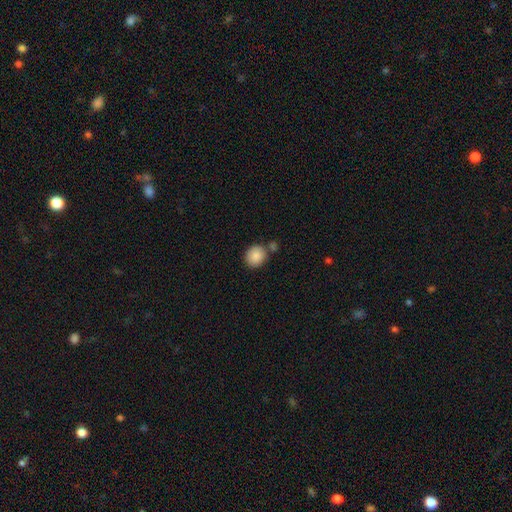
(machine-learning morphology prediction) A smooth galaxy with no disk features (87%) that is round (74%). Merging: none (71%).